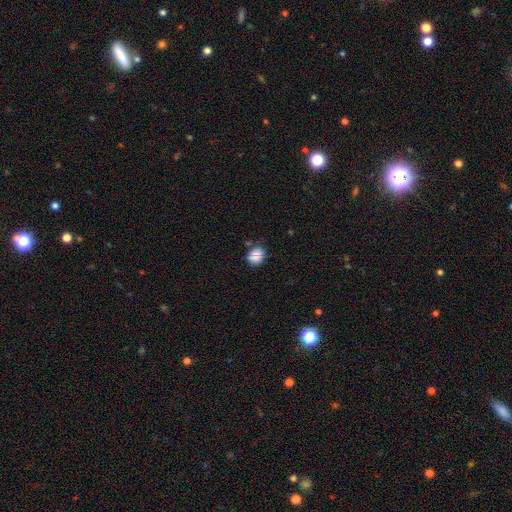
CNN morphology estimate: Smooth or featured?
  - smooth: 83% *
  - star or artifact: 9%
  - featured or disk: 8%
How rounded?
  - round: 64% *
  - in between: 35%
  - cigar-shaped: 1%
Merging?
  - none: 64% *
  - minor disturbance: 24%
  - merger: 7%
  - major disturbance: 6%